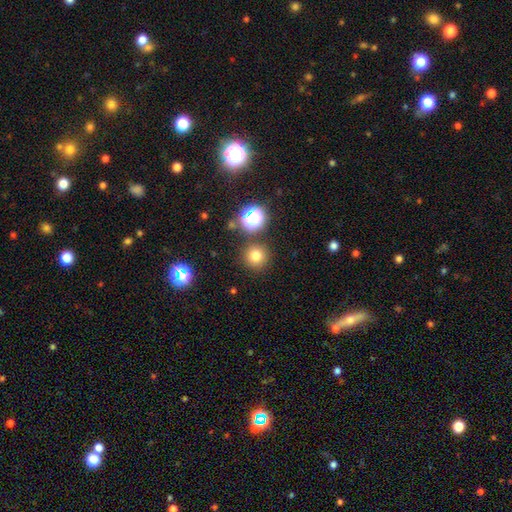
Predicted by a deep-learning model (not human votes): This appears to be a smooth galaxy with no disk features (74%) that is round (95%). Merging: none (85%).